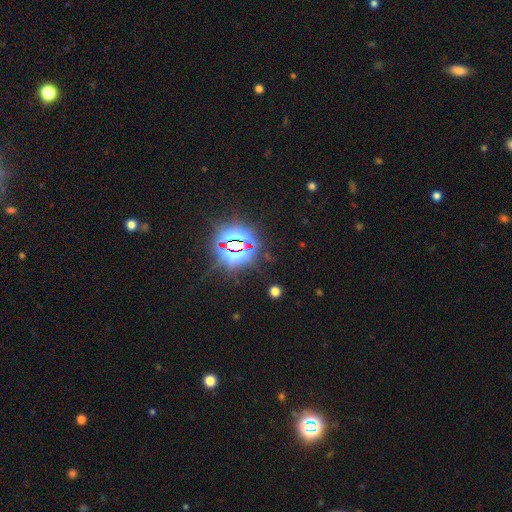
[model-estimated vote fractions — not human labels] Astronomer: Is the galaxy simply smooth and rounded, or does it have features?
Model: star or artifact — 83%.